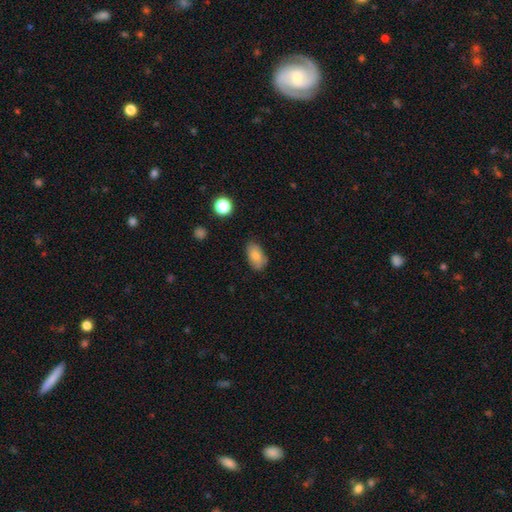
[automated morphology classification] Q: Smooth or featured?
A: smooth (80%); runner-up: featured or disk (11%)
Q: How rounded?
A: in between (91%); runner-up: round (6%)
Q: Merging?
A: none (79%); runner-up: minor disturbance (16%)